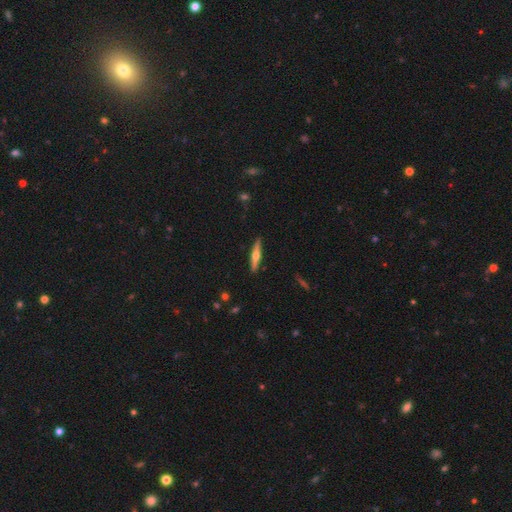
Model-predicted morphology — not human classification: type=featured or disk (62%); edge-on=yes (96%); edge-on bulge=rounded (93%); merging=none (90%).